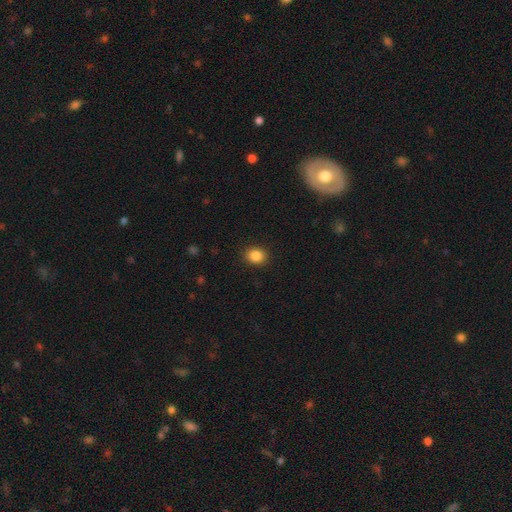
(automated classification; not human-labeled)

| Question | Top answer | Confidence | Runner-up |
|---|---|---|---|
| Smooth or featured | smooth | 87% | star or artifact (10%) |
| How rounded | round | 63% | in between (37%) |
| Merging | none | 90% | minor disturbance (7%) |